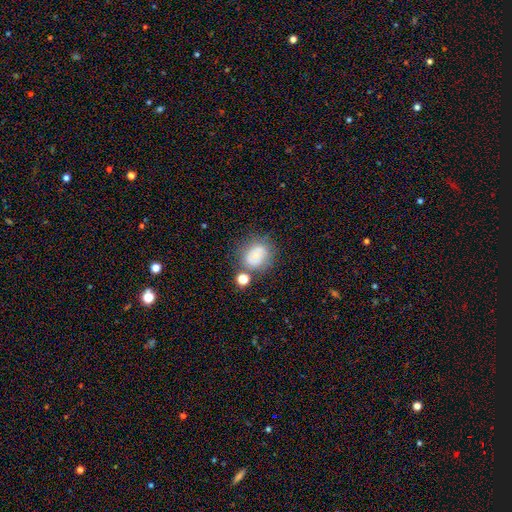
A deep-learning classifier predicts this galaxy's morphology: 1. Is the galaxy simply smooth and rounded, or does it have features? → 62% smooth, 25% featured or disk, 13% star or artifact.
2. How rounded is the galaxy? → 59% round, 40% in between, 1% cigar-shaped.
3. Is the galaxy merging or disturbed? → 56% none, 21% minor disturbance, 13% merger, 10% major disturbance.